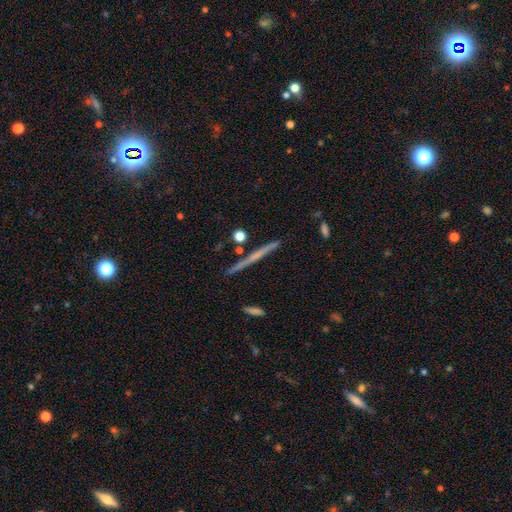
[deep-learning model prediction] Smooth or featured? Predicted: featured or disk (p=0.64). Edge-on disk? Predicted: yes (p=0.98). Edge-on bulge? Predicted: none (p=0.68). Merging? Predicted: none (p=0.91).